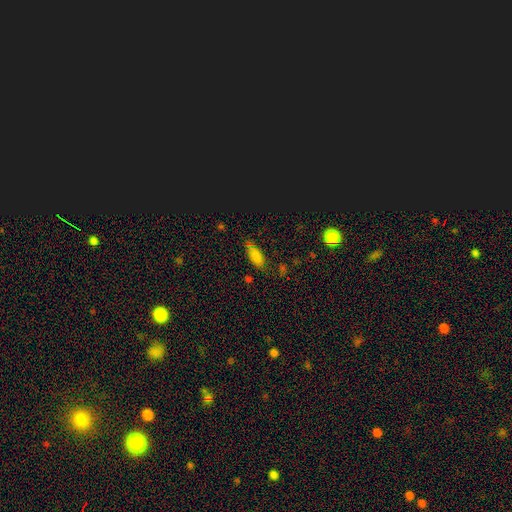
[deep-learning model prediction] smooth 74%, star or artifact 16%, featured or disk 10%. Down the decision tree: how rounded — in between (79%); merging — none (69%).